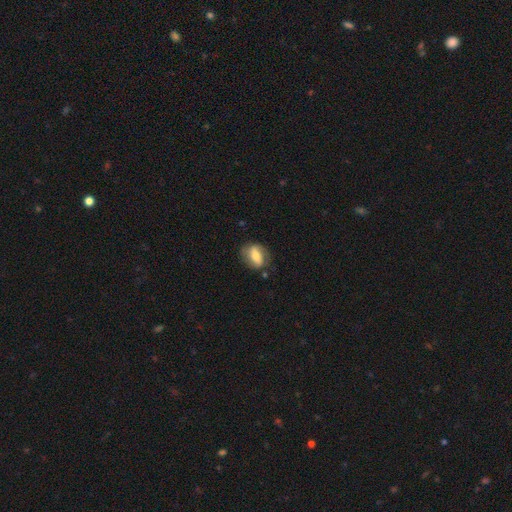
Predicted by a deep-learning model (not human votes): This is possibly a smooth galaxy (50%). How rounded: likely in between (71%). Merging: likely none (72%).